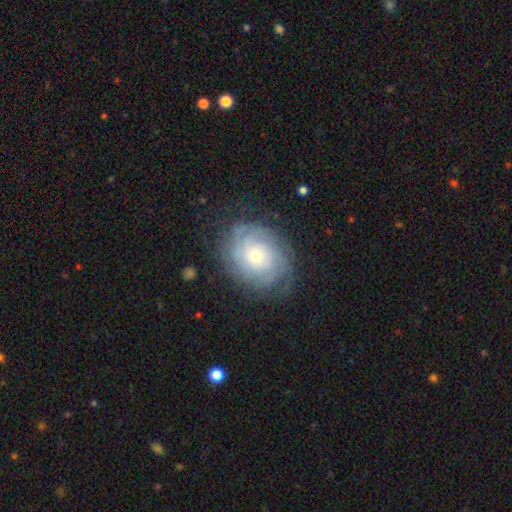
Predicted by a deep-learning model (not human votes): This appears to be a featured or disk galaxy (68%) with no bar (83%), tight (72%) spiral arms (87%) and a small central bulge (53%). Merging: none (72%).